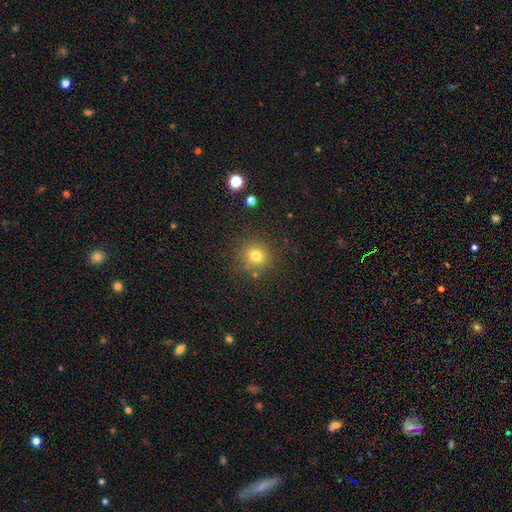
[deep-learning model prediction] smooth-or-featured: smooth: 76% | star or artifact: 16% | featured or disk: 8%
  how-rounded: round: 92% | in between: 7% | cigar-shaped: 1%
  merging: none: 85% | minor disturbance: 8% | merger: 4% | major disturbance: 3%